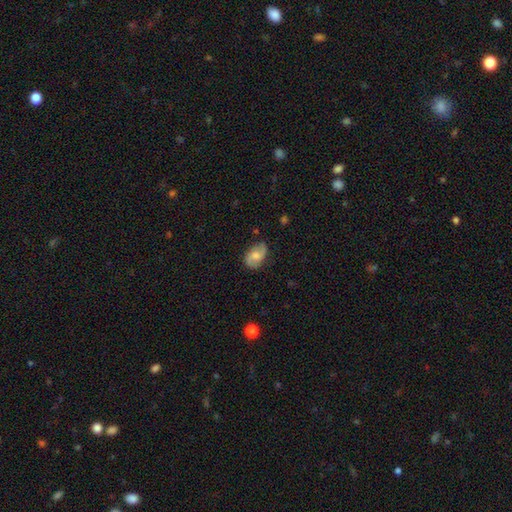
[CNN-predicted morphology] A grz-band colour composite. It shows a featured or disk galaxy (55%) with no bar (58%), spiral arms (88%) and a moderate central bulge (58%). Merging: none (74%).